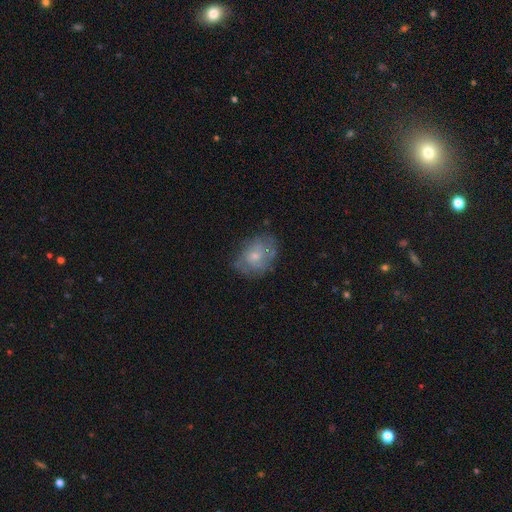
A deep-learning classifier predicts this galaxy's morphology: smooth_or_featured: smooth (p=0.49) [alt: featured or disk p=0.42]
merging: none (p=0.62) [alt: minor disturbance p=0.26]